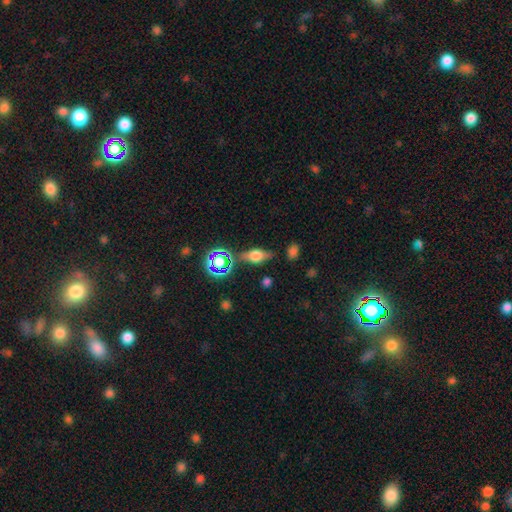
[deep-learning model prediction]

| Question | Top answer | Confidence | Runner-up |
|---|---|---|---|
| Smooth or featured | featured or disk | 43% | smooth (41%) |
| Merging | none | 77% | minor disturbance (14%) |